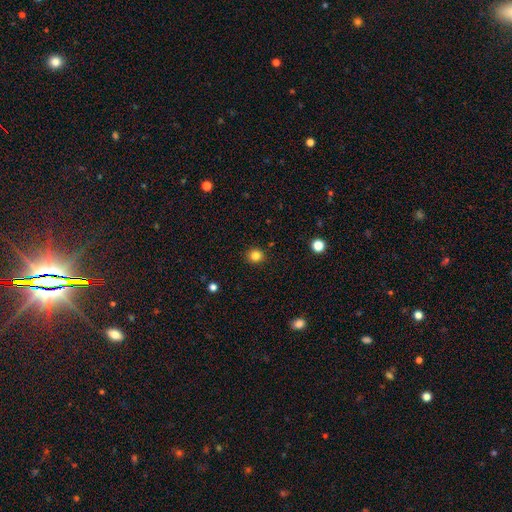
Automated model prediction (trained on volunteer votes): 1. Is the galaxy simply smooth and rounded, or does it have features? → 83% smooth, 12% star or artifact, 5% featured or disk.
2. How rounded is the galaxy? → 86% round, 13% in between, 1% cigar-shaped.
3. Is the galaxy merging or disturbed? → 91% none, 6% minor disturbance, 2% major disturbance, 1% merger.